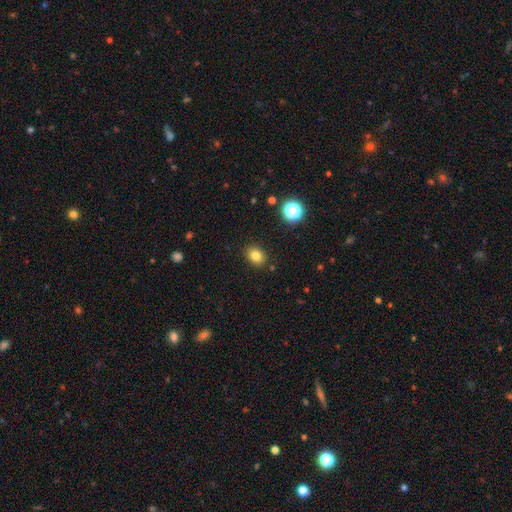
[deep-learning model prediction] Q: Smooth or featured?
A: smooth (80%); runner-up: star or artifact (13%)
Q: How rounded?
A: in between (58%); runner-up: round (41%)
Q: Merging?
A: none (88%); runner-up: minor disturbance (8%)